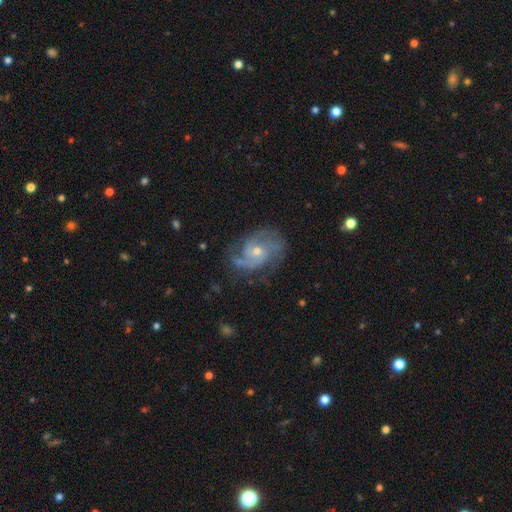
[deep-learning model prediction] Q: Smooth or featured?
A: featured or disk (80%); runner-up: star or artifact (11%)
Q: Edge-on disk?
A: no (97%); runner-up: yes (3%)
Q: Bar?
A: no (66%); runner-up: weak (28%)
Q: Spiral arms?
A: yes (96%); runner-up: no (4%)
Q: Spiral winding?
A: tight (44%); runner-up: medium (43%)
Q: Spiral arm count?
A: 2 (36%); runner-up: 3 (26%)
Q: Bulge size?
A: small (55%); runner-up: moderate (41%)
Q: Merging?
A: none (75%); runner-up: minor disturbance (17%)